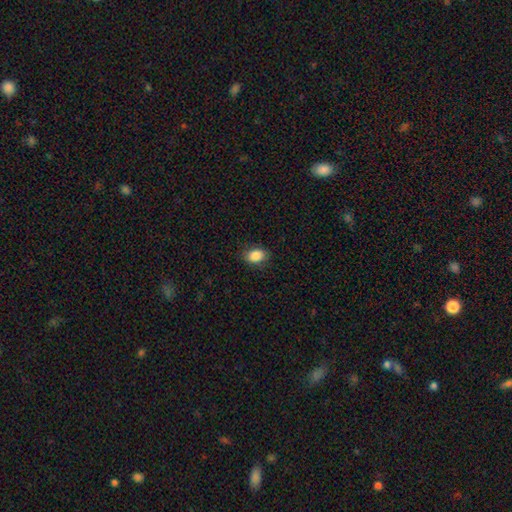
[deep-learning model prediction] Smooth or featured: smooth — 87% (star or artifact — 9%)
How rounded: in between — 76% (round — 23%)
Merging: none — 85% (minor disturbance — 11%)